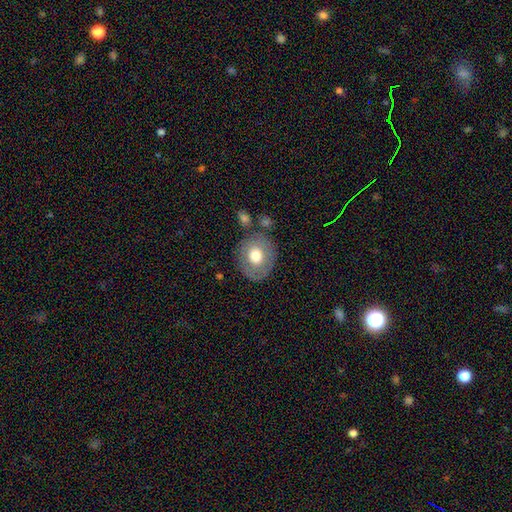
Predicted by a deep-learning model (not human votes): smooth_or_featured: smooth (p=0.66) [alt: featured or disk p=0.26]
how_rounded: round (p=0.71) [alt: in between p=0.28]
merging: none (p=0.74) [alt: minor disturbance p=0.14]